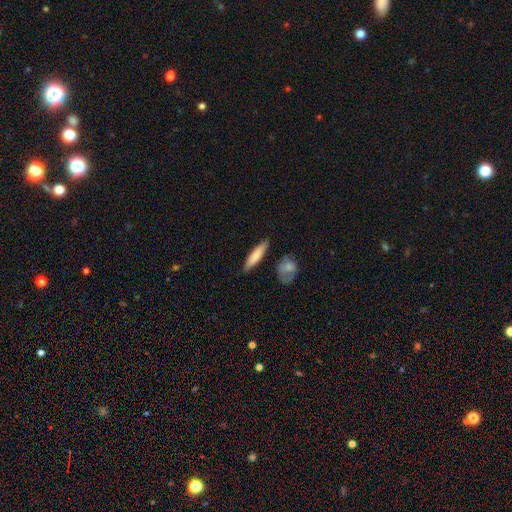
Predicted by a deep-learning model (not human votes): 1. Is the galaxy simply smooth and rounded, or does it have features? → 79% smooth, 16% featured or disk, 5% star or artifact.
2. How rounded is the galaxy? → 74% cigar-shaped, 24% in between, 2% round.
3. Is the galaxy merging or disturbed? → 82% none, 11% minor disturbance, 4% merger, 3% major disturbance.